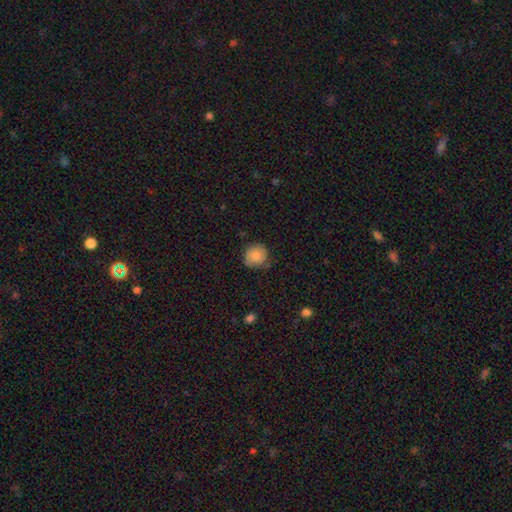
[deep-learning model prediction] Overall: smooth (80%). How rounded: round (89%). Merging: none (76%).